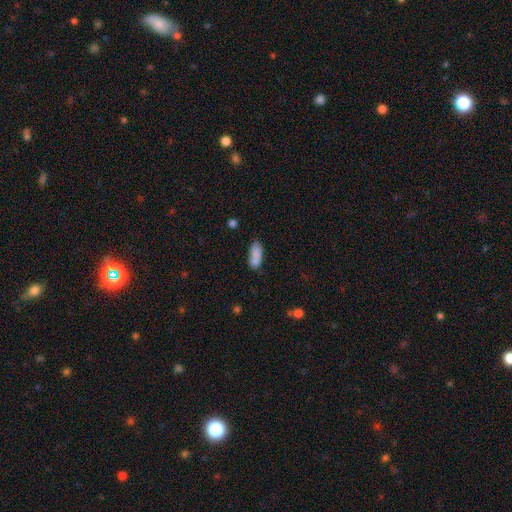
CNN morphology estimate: Smooth or featured? Predicted: smooth (p=0.84). How rounded? Predicted: in between (p=0.78). Merging? Predicted: none (p=0.64).